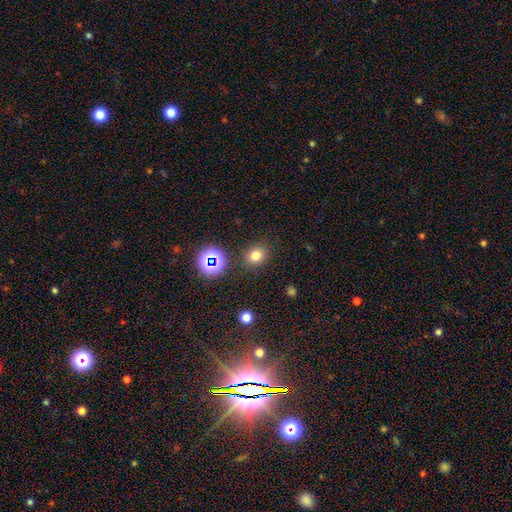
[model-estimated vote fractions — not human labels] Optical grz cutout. It shows a smooth galaxy with no disk features (74%) that is round (64%). Merging: none (85%).